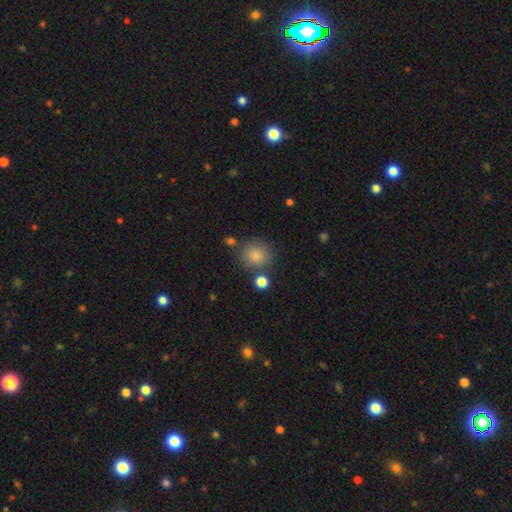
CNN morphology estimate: This appears to be a smooth galaxy with no disk features (85%) that is round (87%). Merging: none (73%).